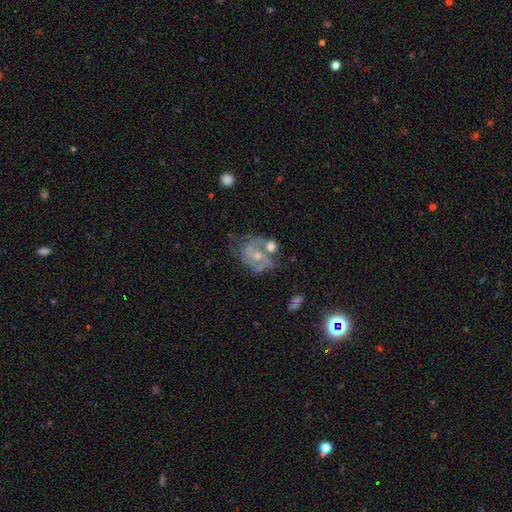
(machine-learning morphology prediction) Smooth or featured? Predicted: featured or disk (p=0.78). Edge-on disk? Predicted: no (p=0.98). Bar? Predicted: no (p=0.60). Spiral arms? Predicted: yes (p=0.89). Spiral winding? Predicted: medium (p=0.51). Spiral arm count? Predicted: 2 (p=0.71). Bulge size? Predicted: moderate (p=0.48). Merging? Predicted: none (p=0.45).